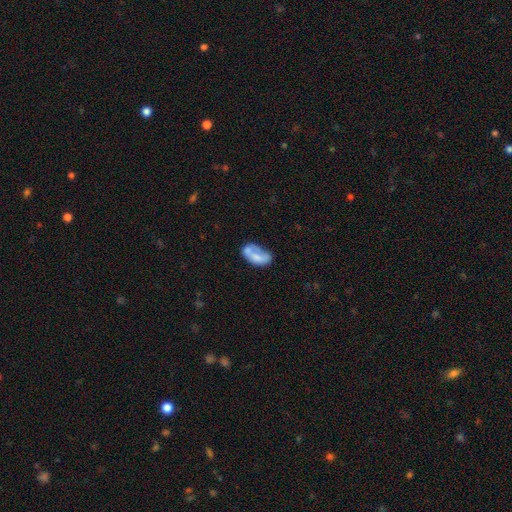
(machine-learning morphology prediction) Q: Smooth or featured?
A: smooth (60%); runner-up: featured or disk (32%)
Q: How rounded?
A: in between (92%); runner-up: round (5%)
Q: Merging?
A: none (35%); runner-up: minor disturbance (26%)